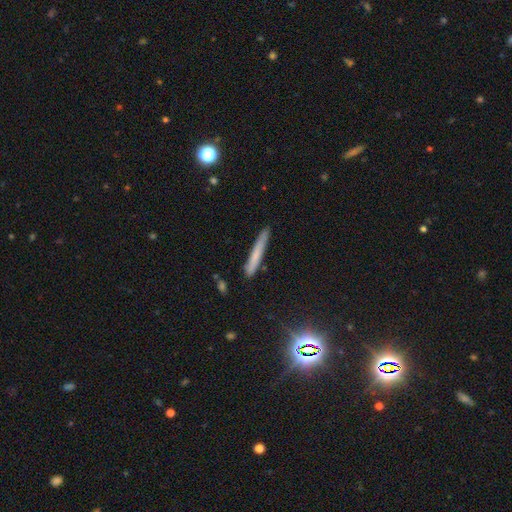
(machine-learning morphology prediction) smooth_or_featured: smooth (p=0.66) [alt: featured or disk p=0.25]
how_rounded: cigar-shaped (p=0.96) [alt: in between p=0.03]
merging: none (p=0.83) [alt: minor disturbance p=0.13]